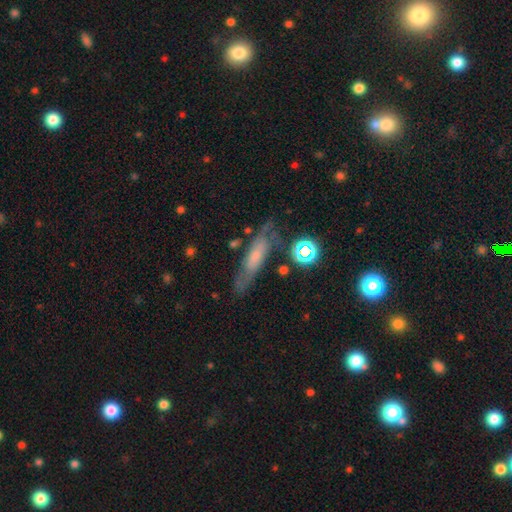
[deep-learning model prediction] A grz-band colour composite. It shows a featured or disk galaxy (52%). Merging: none (66%).